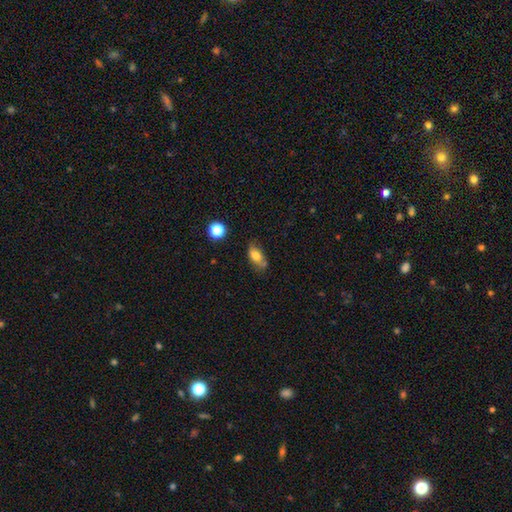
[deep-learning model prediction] Q: Smooth or featured?
A: smooth (74%); runner-up: featured or disk (17%)
Q: How rounded?
A: in between (85%); runner-up: round (8%)
Q: Merging?
A: none (57%); runner-up: minor disturbance (28%)